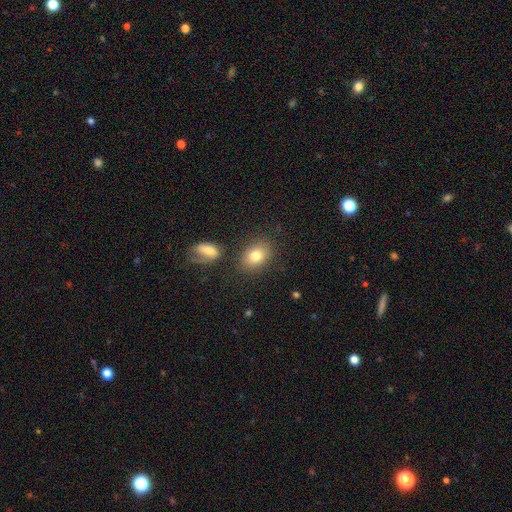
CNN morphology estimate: Smooth or featured? smooth (79%)
How rounded? in between (70%)
Merging? none (78%)